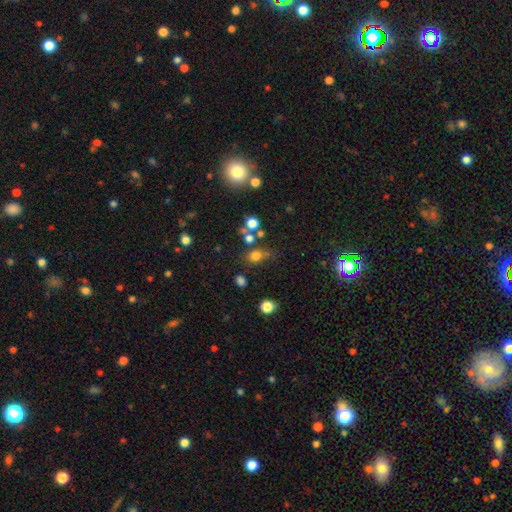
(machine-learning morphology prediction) Q: Smooth or featured?
A: smooth (73%); runner-up: star or artifact (18%)
Q: How rounded?
A: round (61%); runner-up: in between (37%)
Q: Merging?
A: none (58%); runner-up: minor disturbance (18%)